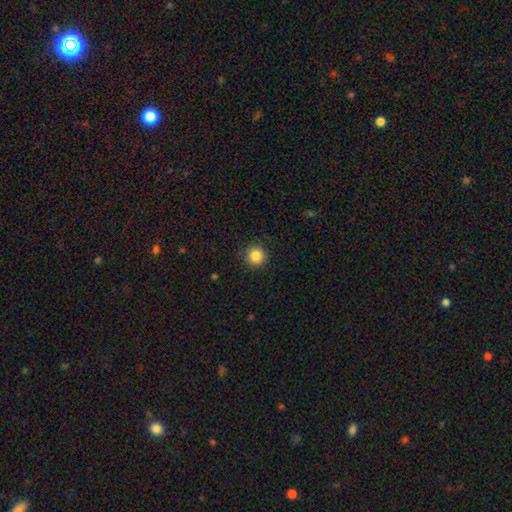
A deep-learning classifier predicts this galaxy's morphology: This appears to be a smooth galaxy with no disk features (86%) that is round (95%). Merging: none (90%).